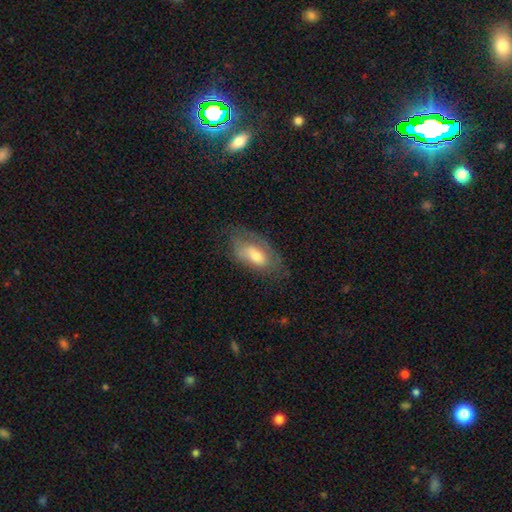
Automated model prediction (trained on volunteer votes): This appears to be a smooth galaxy with no disk features (58%) that is in between round and cigar-shaped (89%). Merging: none (50%).